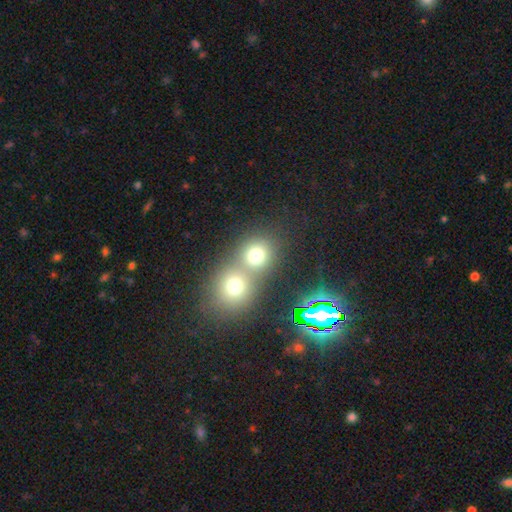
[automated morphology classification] A smooth galaxy with no disk features (73%) that is round (82%). Merging: merger (56%).